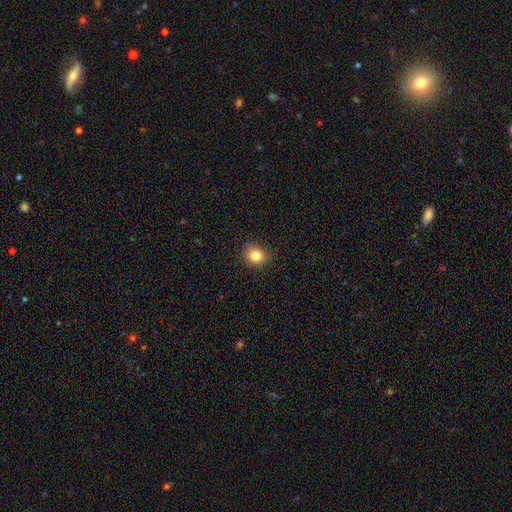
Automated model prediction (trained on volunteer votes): smooth_or_featured: smooth (p=0.83) [alt: star or artifact p=0.11]
how_rounded: round (p=0.72) [alt: in between p=0.27]
merging: none (p=0.85) [alt: minor disturbance p=0.12]